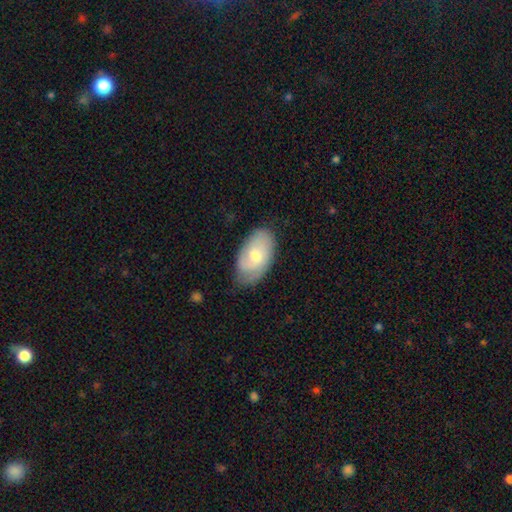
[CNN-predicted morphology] smooth_or_featured: smooth (p=0.50) [alt: featured or disk p=0.44]
merging: none (p=0.69) [alt: minor disturbance p=0.25]